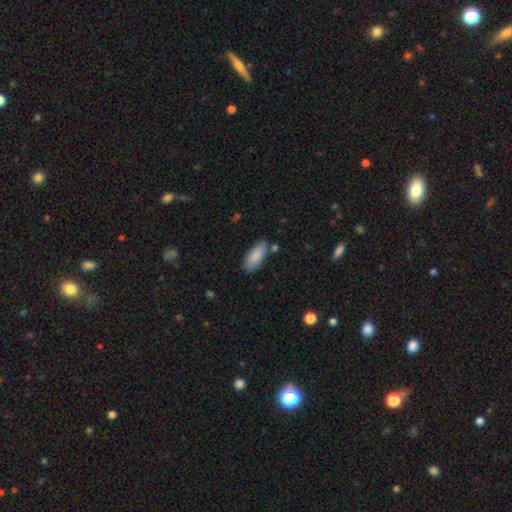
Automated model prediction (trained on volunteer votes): Q: Smooth or featured?
A: smooth (85%); runner-up: featured or disk (9%)
Q: How rounded?
A: in between (85%); runner-up: cigar-shaped (13%)
Q: Merging?
A: none (72%); runner-up: minor disturbance (20%)